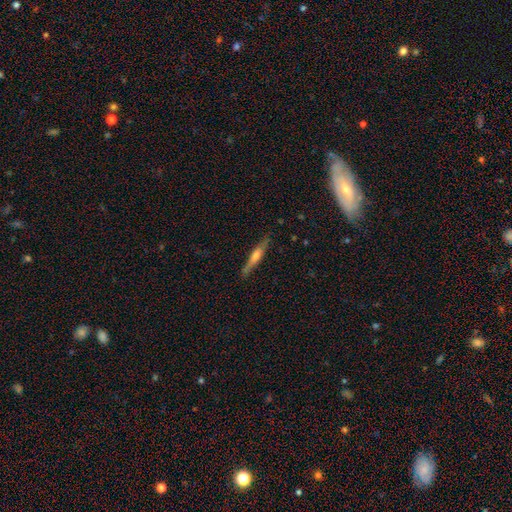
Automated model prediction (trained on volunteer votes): This appears to be a featured or disk galaxy (61%) viewed edge-on (96%) with a rounded central bulge (79%). Merging: none (86%).